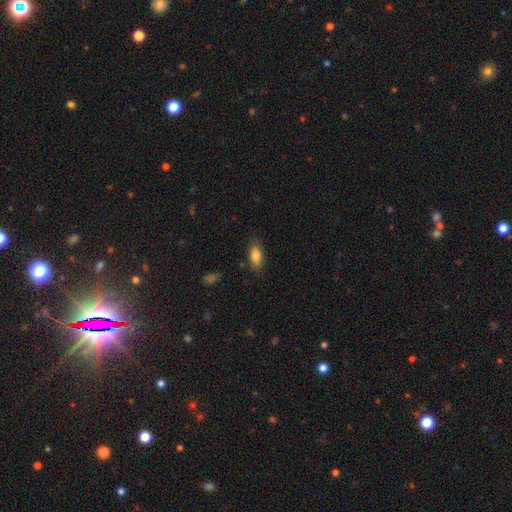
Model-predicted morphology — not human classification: Smooth or featured?
  - smooth: 80% *
  - featured or disk: 12%
  - star or artifact: 8%
How rounded?
  - in between: 83% *
  - cigar-shaped: 14%
  - round: 3%
Merging?
  - none: 82% *
  - minor disturbance: 14%
  - major disturbance: 3%
  - merger: 2%